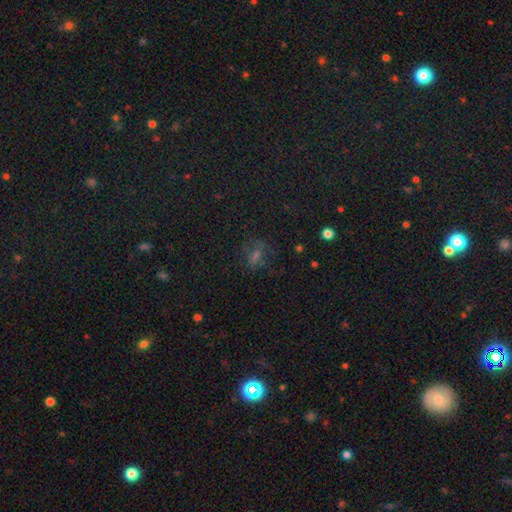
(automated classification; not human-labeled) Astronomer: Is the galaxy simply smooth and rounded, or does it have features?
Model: star or artifact — 44% (runner-up: smooth, 37%).